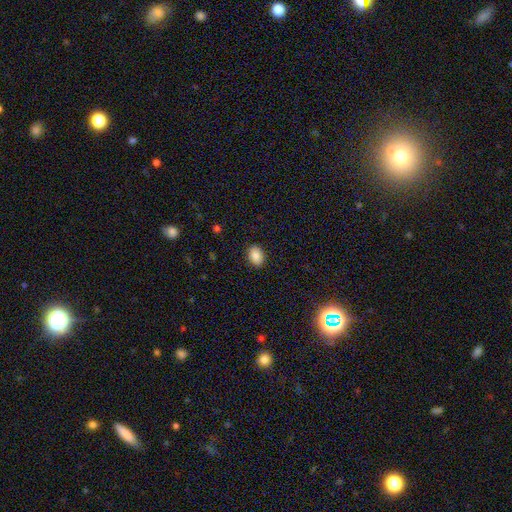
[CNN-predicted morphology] A smooth galaxy with no disk features (88%) that is in between round and cigar-shaped (75%).

Vote fractions:
- Smooth or featured? smooth: 88% / star or artifact: 8% / featured or disk: 4%
- How rounded? in between: 75% / round: 24% / cigar-shaped: 1%
- Merging? none: 90% / minor disturbance: 7% / major disturbance: 2% / merger: 1%